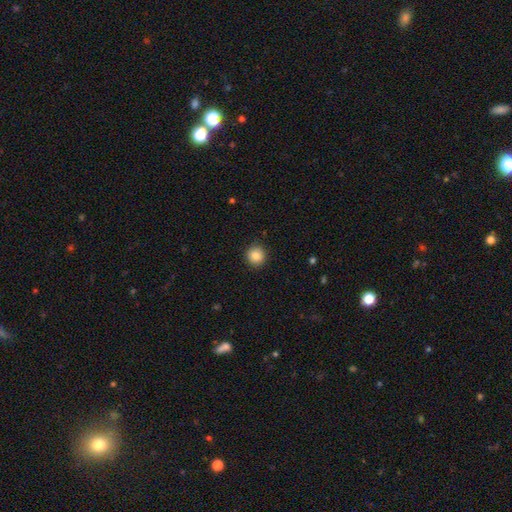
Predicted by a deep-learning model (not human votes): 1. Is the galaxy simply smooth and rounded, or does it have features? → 85% smooth, 9% star or artifact, 6% featured or disk.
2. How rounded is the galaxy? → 93% round, 6% in between, 1% cigar-shaped.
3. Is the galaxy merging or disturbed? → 92% none, 6% minor disturbance, 2% major disturbance, 1% merger.